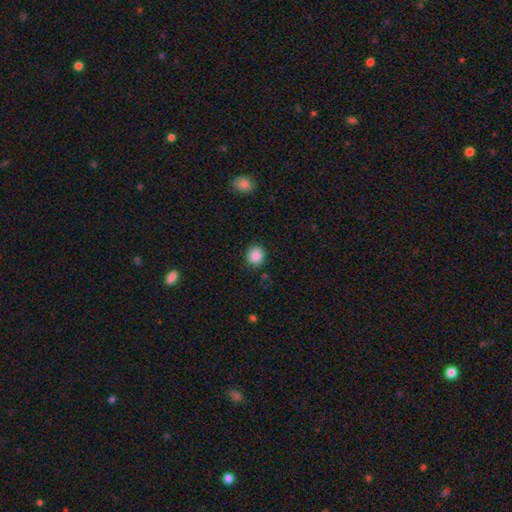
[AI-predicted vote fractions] Smooth or featured? smooth (88%)
How rounded? round (83%)
Merging? none (86%)